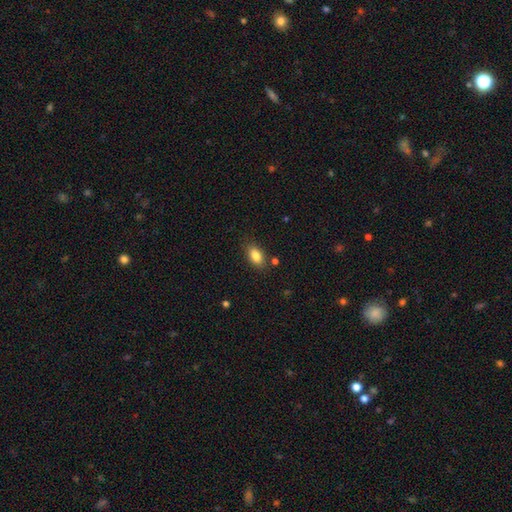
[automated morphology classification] Overall: smooth (85%). How rounded: in between (89%). Merging: none (81%).